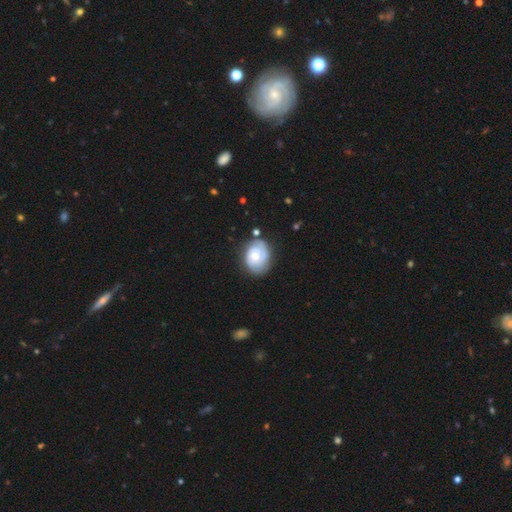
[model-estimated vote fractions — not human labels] Smooth or featured: featured or disk — 64% (smooth — 30%)
Edge-on disk: no — 97% (yes — 3%)
Bar: no — 75% (weak — 21%)
Spiral arms: yes — 87% (no — 13%)
Spiral winding: tight — 64% (medium — 27%)
Spiral arm count: 2 — 39% (can't tell — 30%)
Bulge size: moderate — 59% (small — 33%)
Merging: none — 71% (minor disturbance — 20%)